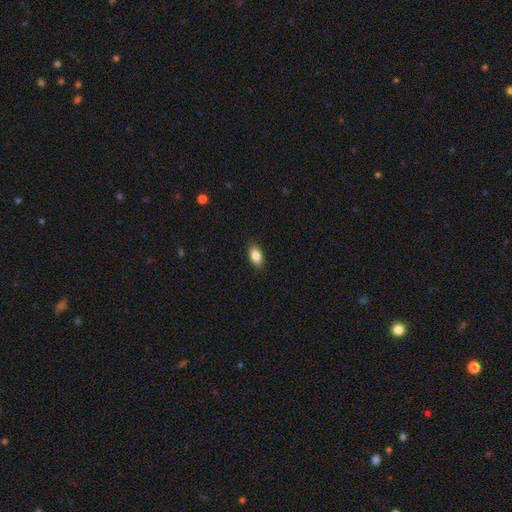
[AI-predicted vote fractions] Smooth or featured? Predicted: smooth (p=0.86). How rounded? Predicted: in between (p=0.91). Merging? Predicted: none (p=0.89).